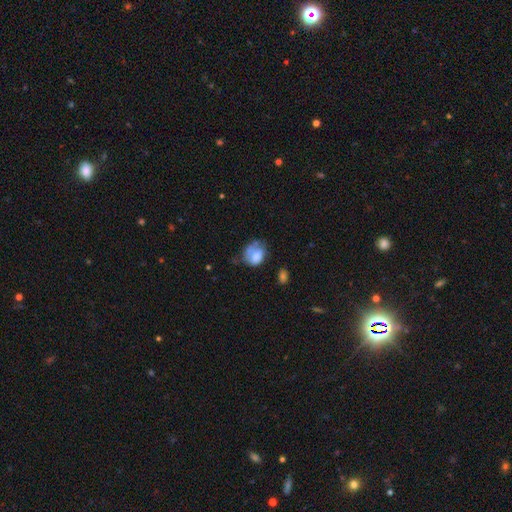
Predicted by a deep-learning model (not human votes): smooth_or_featured: smooth (p=0.64) [alt: featured or disk p=0.28]
how_rounded: in between (p=0.58) [alt: round p=0.41]
merging: none (p=0.32) [tied with: minor disturbance p=0.32]